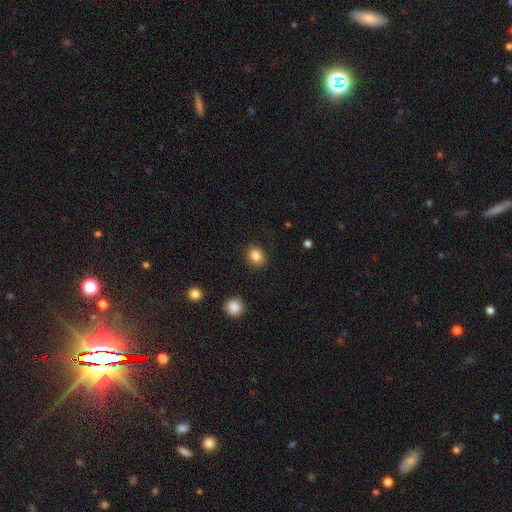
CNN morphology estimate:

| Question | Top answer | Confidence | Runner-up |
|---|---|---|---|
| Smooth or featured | smooth | 85% | star or artifact (10%) |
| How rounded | round | 59% | in between (40%) |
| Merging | none | 87% | minor disturbance (9%) |